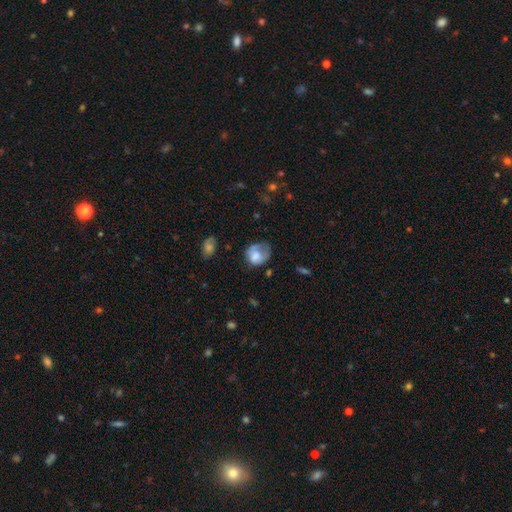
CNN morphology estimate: Smooth or featured? Predicted: smooth (p=0.66). How rounded? Predicted: round (p=0.55). Merging? Predicted: none (p=0.34).